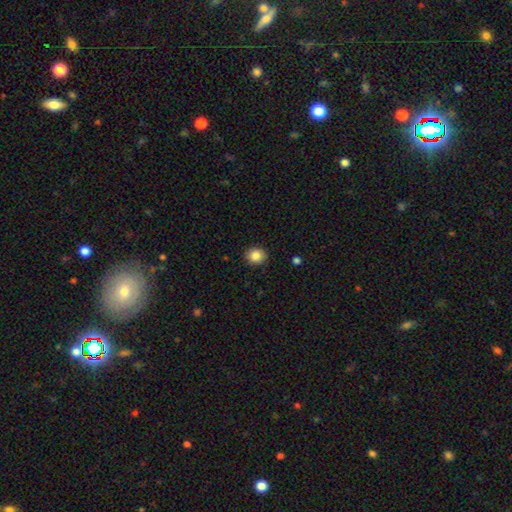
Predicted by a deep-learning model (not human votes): Smooth or featured? Predicted: smooth (p=0.85). How rounded? Predicted: round (p=0.69). Merging? Predicted: none (p=0.89).